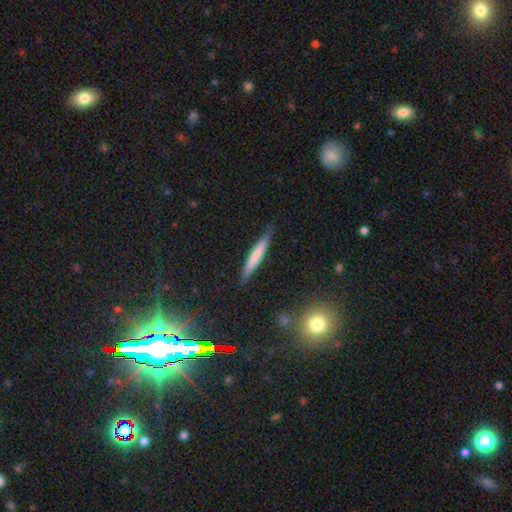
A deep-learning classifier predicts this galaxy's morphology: The model was most divided on "smooth or featured": smooth: 61%, featured or disk: 31%, star or artifact: 7%. More confident: how rounded — cigar-shaped (94%); merging — none (82%).